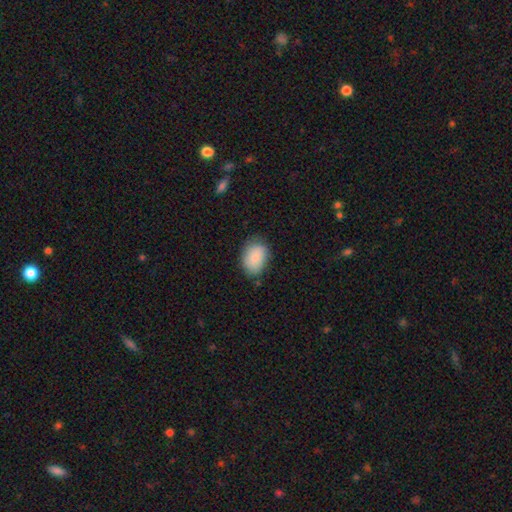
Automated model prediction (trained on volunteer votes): Overall: smooth (84%). How rounded: in between (79%). Merging: none (70%).